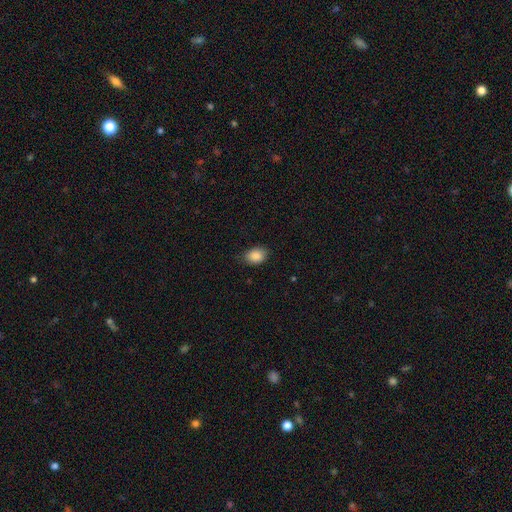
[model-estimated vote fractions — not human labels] A smooth galaxy with no disk features (88%) that is in between round and cigar-shaped (72%).

Vote fractions:
- Smooth or featured? smooth: 88% / star or artifact: 8% / featured or disk: 4%
- How rounded? in between: 72% / round: 27% / cigar-shaped: 1%
- Merging? none: 76% / minor disturbance: 19% / major disturbance: 3% / merger: 1%